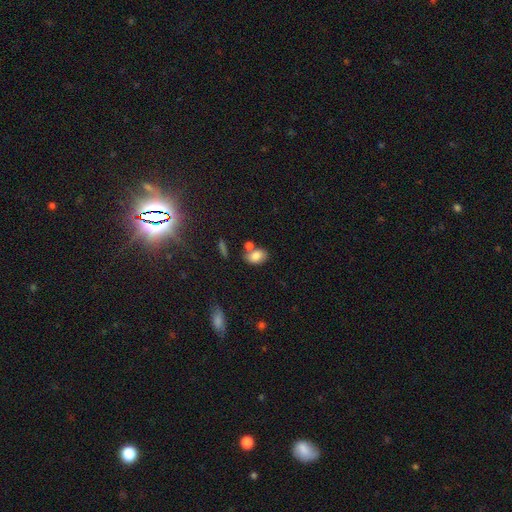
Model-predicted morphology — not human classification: smooth_or_featured: smooth (p=0.81) [alt: featured or disk p=0.10]
how_rounded: in between (p=0.85) [alt: round p=0.14]
merging: none (p=0.56) [alt: merger p=0.23]